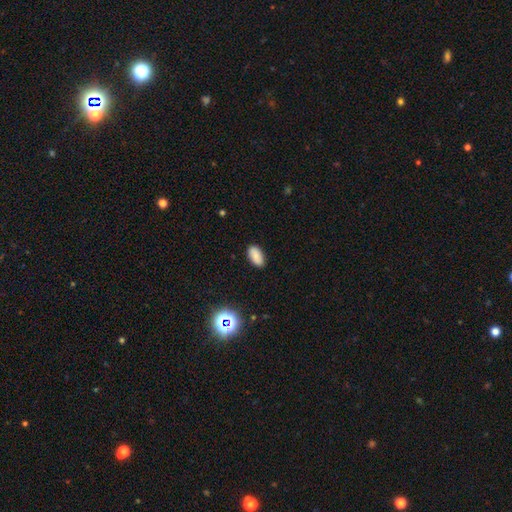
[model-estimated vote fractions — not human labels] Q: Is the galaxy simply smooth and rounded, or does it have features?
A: smooth — 81%.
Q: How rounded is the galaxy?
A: in between — 93%.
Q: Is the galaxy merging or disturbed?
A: none — 87%.